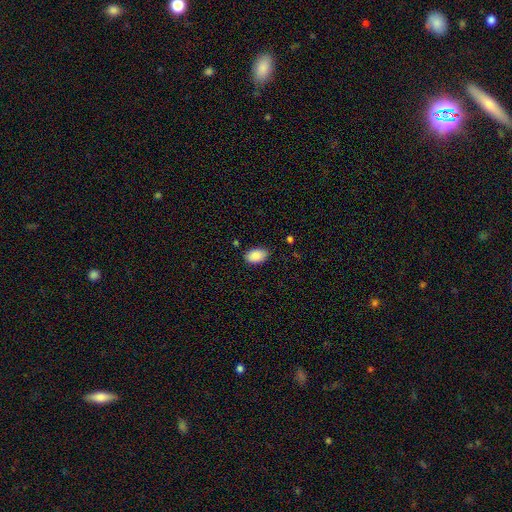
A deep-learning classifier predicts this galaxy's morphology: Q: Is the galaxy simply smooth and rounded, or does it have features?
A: smooth — 89%.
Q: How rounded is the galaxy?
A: in between — 92%.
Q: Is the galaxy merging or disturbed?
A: none — 82%.